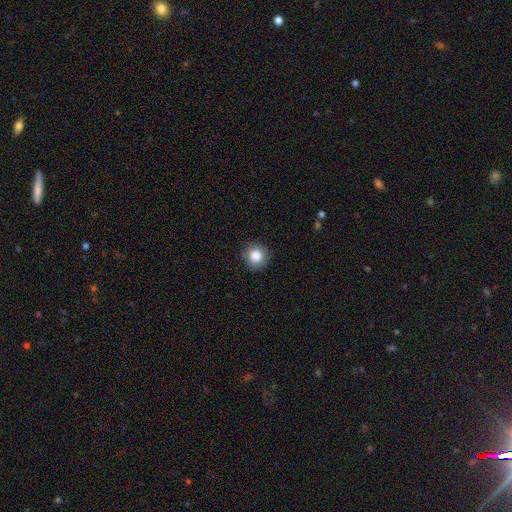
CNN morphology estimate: Smooth or featured?
  - smooth: 83% *
  - star or artifact: 10%
  - featured or disk: 7%
How rounded?
  - round: 92% *
  - in between: 7%
  - cigar-shaped: 1%
Merging?
  - none: 87% *
  - minor disturbance: 10%
  - major disturbance: 2%
  - merger: 1%